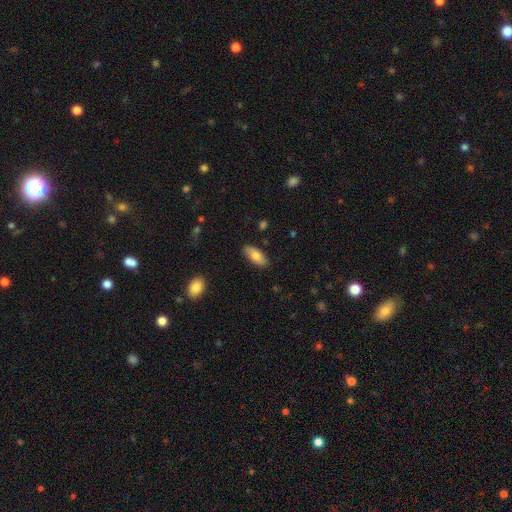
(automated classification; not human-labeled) This is likely a smooth galaxy (77%). How rounded: clearly in between (83%). Merging: clearly none (85%).